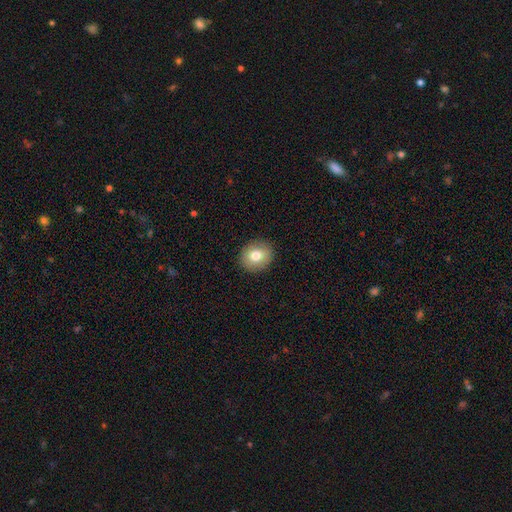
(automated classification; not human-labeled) smooth-or-featured: smooth: 78% | featured or disk: 13% | star or artifact: 9%
  how-rounded: round: 70% | in between: 29% | cigar-shaped: 1%
  merging: none: 90% | minor disturbance: 7% | major disturbance: 2% | merger: 1%